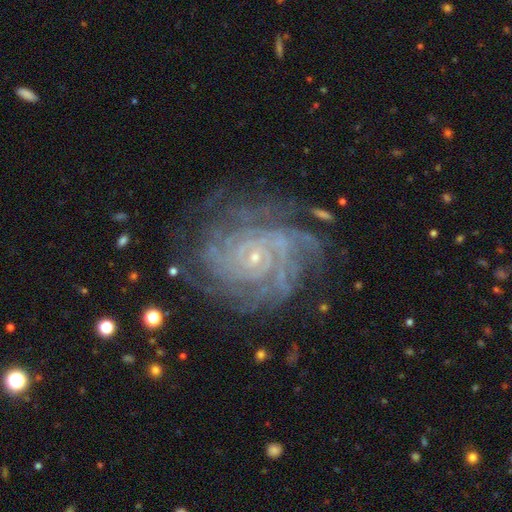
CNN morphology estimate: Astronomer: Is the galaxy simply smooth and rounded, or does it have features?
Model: featured or disk — 87%.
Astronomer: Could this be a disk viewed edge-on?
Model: no — 97%.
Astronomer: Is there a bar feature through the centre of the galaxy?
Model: no — 76%.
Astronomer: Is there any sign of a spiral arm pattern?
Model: yes — 97%.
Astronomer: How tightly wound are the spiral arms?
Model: tight — 77%.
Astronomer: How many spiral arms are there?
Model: more than 4 — 26% (runner-up: can't tell, 24%).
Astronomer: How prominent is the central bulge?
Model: small — 87%.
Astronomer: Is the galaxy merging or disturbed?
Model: none — 75%.